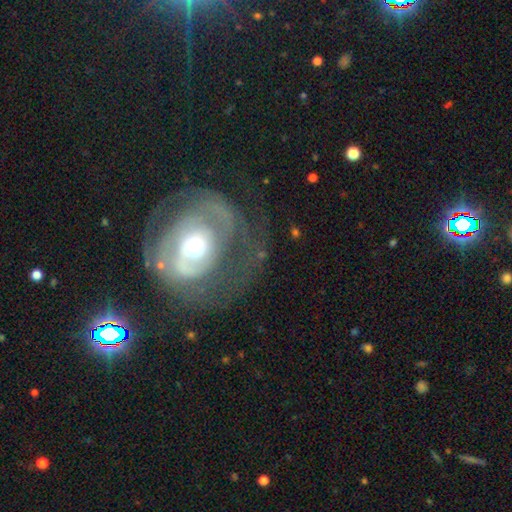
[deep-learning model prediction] Smooth or featured? Predicted: featured or disk (p=0.73). Edge-on disk? Predicted: no (p=0.96). Bar? Predicted: no (p=0.63). Spiral arms? Predicted: yes (p=0.65). Bulge size? Predicted: moderate (p=0.66). Merging? Predicted: none (p=0.54).